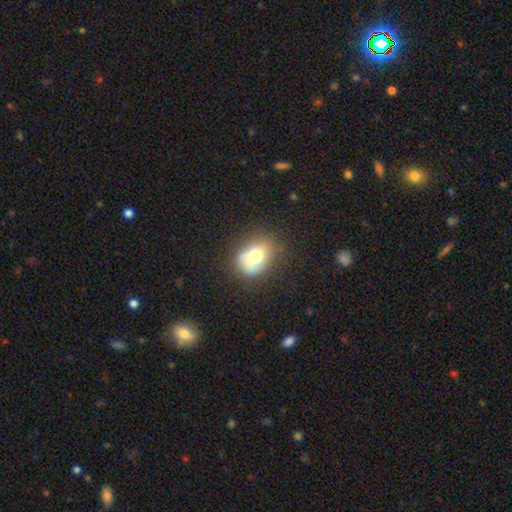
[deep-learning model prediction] This is likely a smooth galaxy (66%). How rounded: possibly in between (52%). Merging: possibly none (52%).